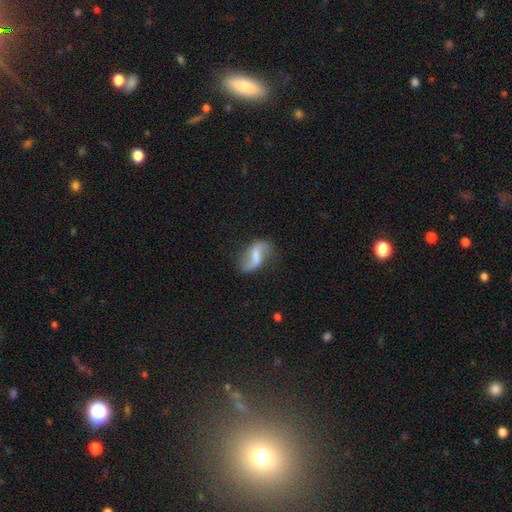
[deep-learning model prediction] Smooth or featured?
  - featured or disk: 71% *
  - smooth: 22%
  - star or artifact: 8%
Edge-on disk?
  - no: 96% *
  - yes: 4%
Bar?
  - weak: 43% *
  - strong: 38%
  - no: 19%
Spiral arms?
  - yes: 88% *
  - no: 12%
Spiral winding?
  - loose: 81% *
  - medium: 15%
  - tight: 4%
Spiral arm count?
  - 2: 89% *
  - 1: 5%
  - can't tell: 3%
  - 3: 1%
  - 4: 1%
  - more than 4: 1%
Bulge size?
  - none: 45% *
  - small: 26%
  - moderate: 21%
  - large: 7%
  - dominant: 2%
Merging?
  - none: 70% *
  - minor disturbance: 18%
  - major disturbance: 9%
  - merger: 3%